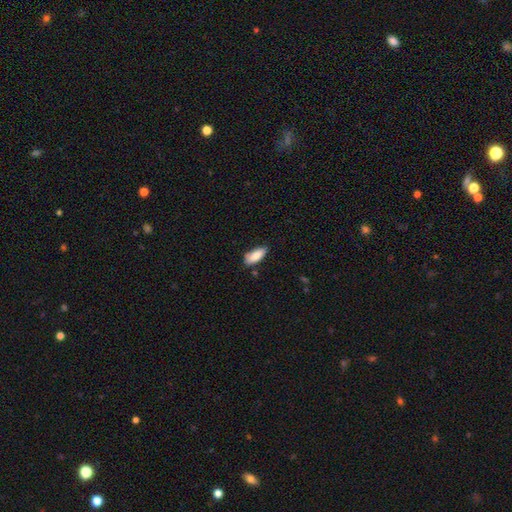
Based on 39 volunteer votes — This appears to be a smooth galaxy with no disk features (92%) that is in between round and cigar-shaped (83%). Merging: none (64%).